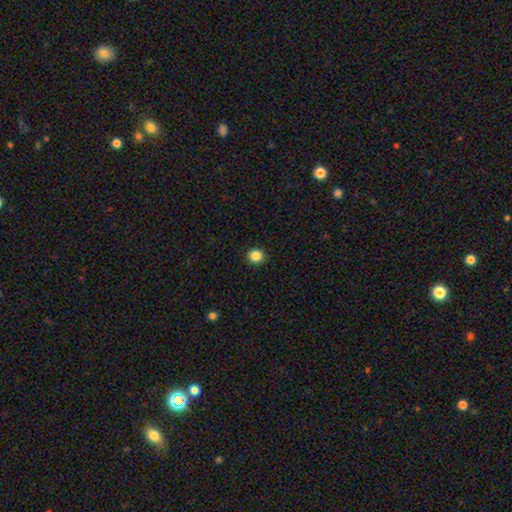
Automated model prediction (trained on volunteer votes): Smooth or featured? Predicted: smooth (p=0.86). How rounded? Predicted: round (p=0.91). Merging? Predicted: none (p=0.93).